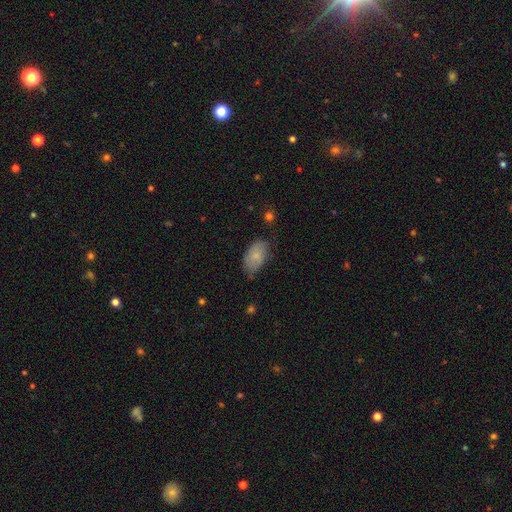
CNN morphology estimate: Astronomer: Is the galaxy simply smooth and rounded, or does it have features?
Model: smooth — 77%.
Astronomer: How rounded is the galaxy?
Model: in between — 93%.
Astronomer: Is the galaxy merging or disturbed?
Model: none — 64%.